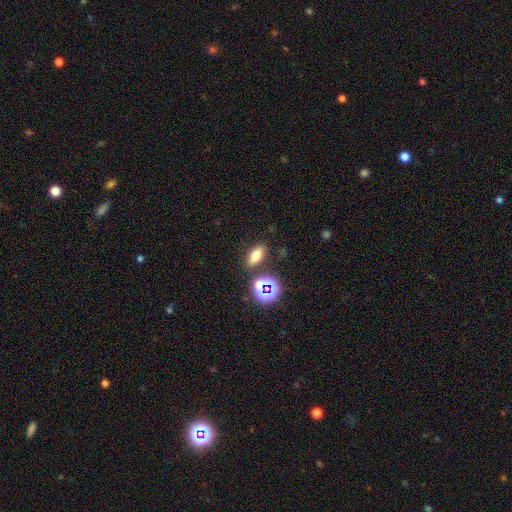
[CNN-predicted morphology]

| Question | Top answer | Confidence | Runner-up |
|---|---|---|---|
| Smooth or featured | smooth | 67% | star or artifact (20%) |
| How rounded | in between | 71% | cigar-shaped (14%) |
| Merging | none | 82% | minor disturbance (9%) |